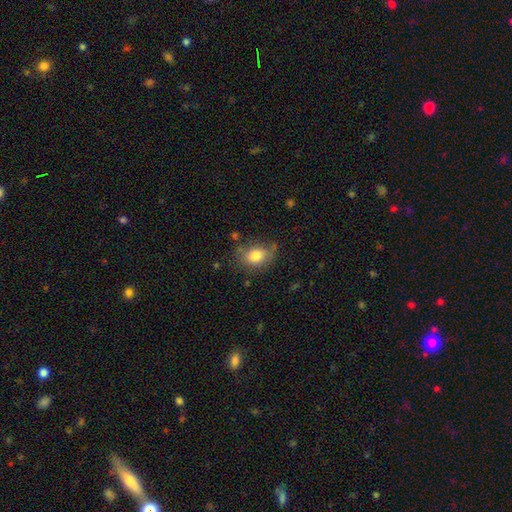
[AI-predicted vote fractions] A smooth galaxy with no disk features (81%) that is in between round and cigar-shaped (67%).

Vote fractions:
- Smooth or featured? smooth: 81% / featured or disk: 11% / star or artifact: 9%
- How rounded? in between: 67% / round: 31% / cigar-shaped: 1%
- Merging? none: 68% / minor disturbance: 22% / major disturbance: 6% / merger: 3%